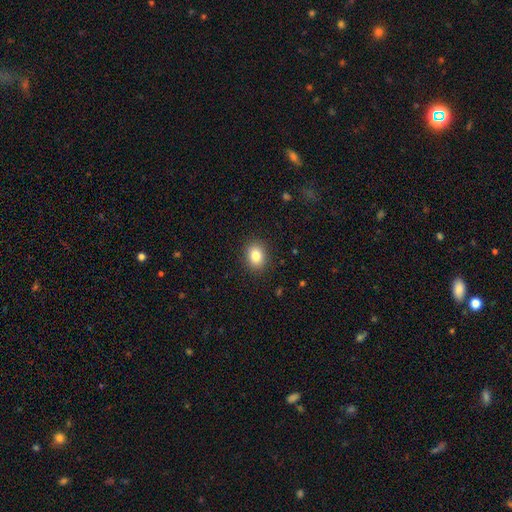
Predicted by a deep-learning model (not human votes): Morphology: type=smooth (84%); roundness=in between (56%); merging=none (89%).